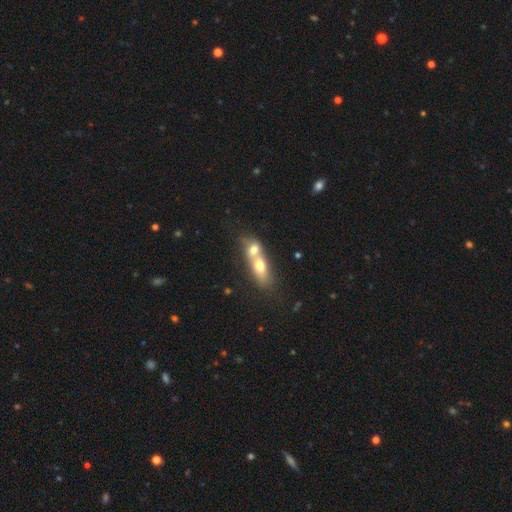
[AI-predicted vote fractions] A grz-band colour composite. It shows a smooth galaxy with no disk features (59%) that is in between round and cigar-shaped (57%). Merging: merger (74%).